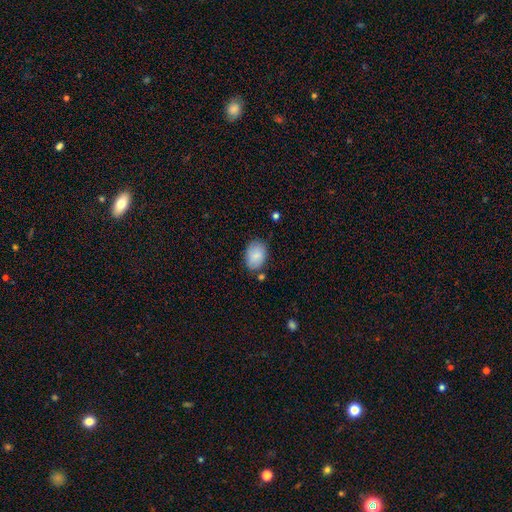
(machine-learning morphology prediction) A smooth galaxy with no disk features (84%) that is in between round and cigar-shaped (82%). Merging: none (75%).